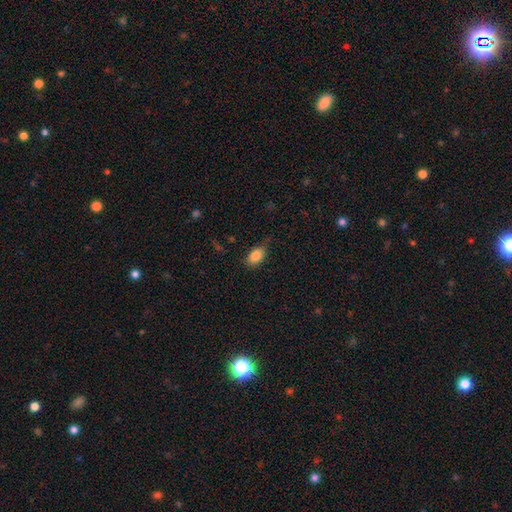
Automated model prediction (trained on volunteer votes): Smooth or featured? Predicted: smooth (p=0.86). How rounded? Predicted: in between (p=0.89). Merging? Predicted: none (p=0.75).